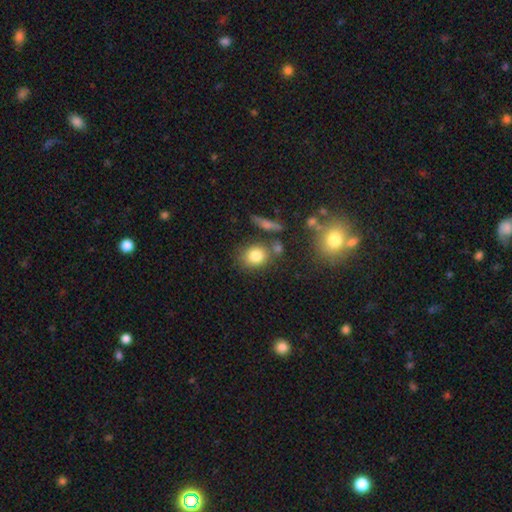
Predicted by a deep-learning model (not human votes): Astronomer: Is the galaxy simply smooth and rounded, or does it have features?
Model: smooth — 80%.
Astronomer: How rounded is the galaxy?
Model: round — 61% (runner-up: in between, 37%).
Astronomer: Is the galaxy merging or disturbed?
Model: none — 71%.